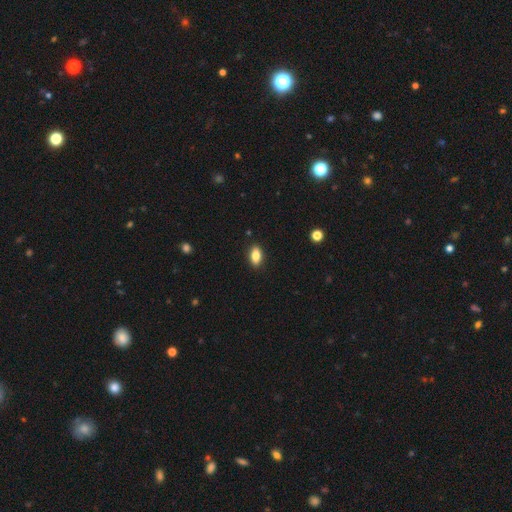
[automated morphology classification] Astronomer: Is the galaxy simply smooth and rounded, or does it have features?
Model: smooth — 83%.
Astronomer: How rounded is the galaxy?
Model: in between — 88%.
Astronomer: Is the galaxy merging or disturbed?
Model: none — 88%.